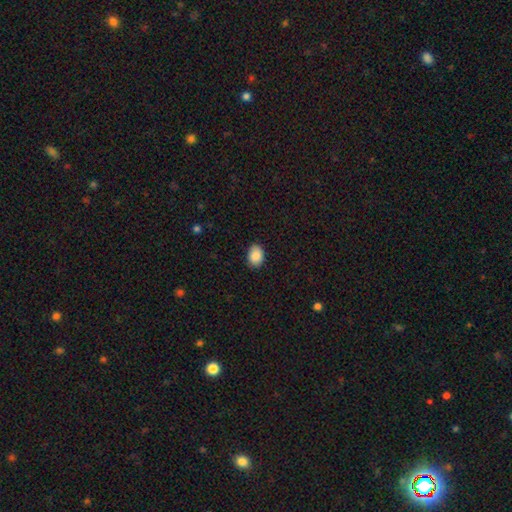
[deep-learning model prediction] smooth-or-featured: smooth: 89% | star or artifact: 7% | featured or disk: 4%
  how-rounded: in between: 73% | round: 26% | cigar-shaped: 1%
  merging: none: 88% | minor disturbance: 10% | major disturbance: 2% | merger: 1%